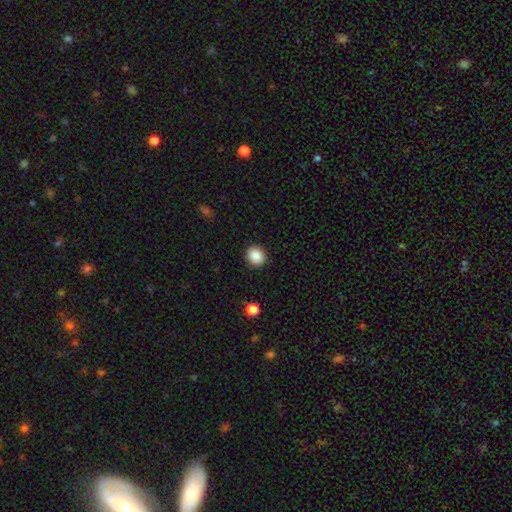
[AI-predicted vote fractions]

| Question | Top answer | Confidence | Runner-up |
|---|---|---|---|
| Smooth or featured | smooth | 87% | star or artifact (9%) |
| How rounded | round | 70% | in between (29%) |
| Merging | none | 90% | minor disturbance (6%) |